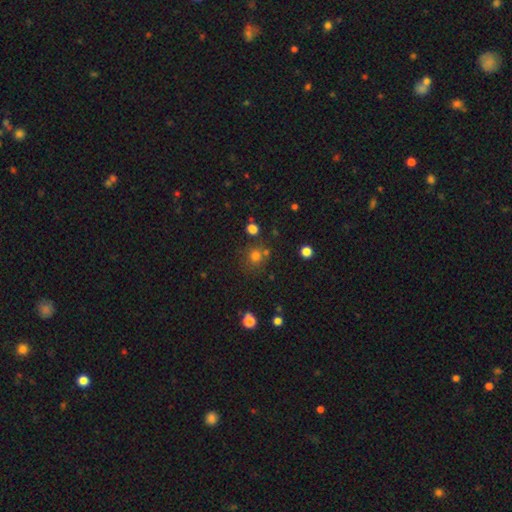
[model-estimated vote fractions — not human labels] Q: Smooth or featured?
A: smooth (73%); runner-up: star or artifact (19%)
Q: How rounded?
A: round (86%); runner-up: in between (13%)
Q: Merging?
A: none (70%); runner-up: merger (14%)